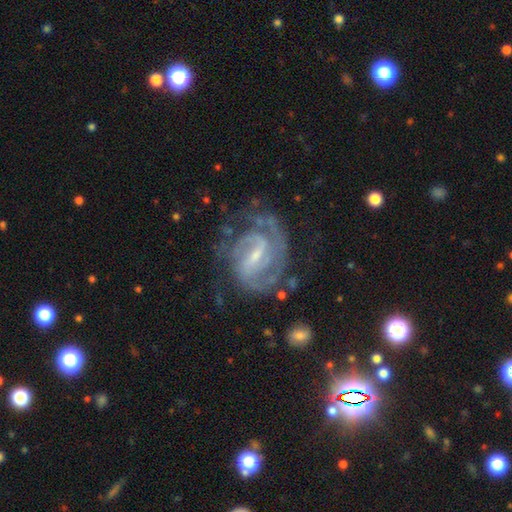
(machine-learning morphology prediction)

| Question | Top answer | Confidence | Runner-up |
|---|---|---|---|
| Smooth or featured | featured or disk | 91% | star or artifact (5%) |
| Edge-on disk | no | 98% | yes (2%) |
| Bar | weak | 48% | strong (41%) |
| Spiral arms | yes | 97% | no (3%) |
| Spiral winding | tight | 51% | medium (41%) |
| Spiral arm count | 2 | 58% | 3 (18%) |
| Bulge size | small | 64% | moderate (27%) |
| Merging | none | 66% | minor disturbance (19%) |